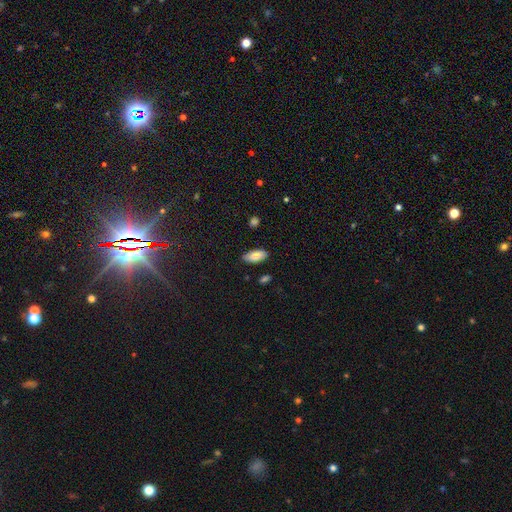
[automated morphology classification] Smooth or featured? Predicted: smooth (p=0.84). How rounded? Predicted: in between (p=0.89). Merging? Predicted: none (p=0.85).